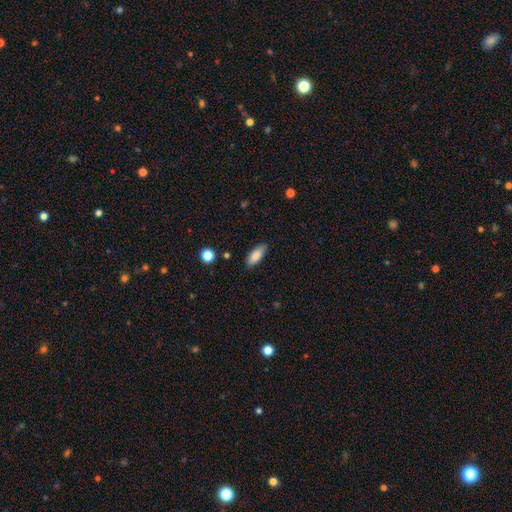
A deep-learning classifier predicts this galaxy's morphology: Smooth or featured? Predicted: smooth (p=0.83). How rounded? Predicted: in between (p=0.77). Merging? Predicted: none (p=0.84).